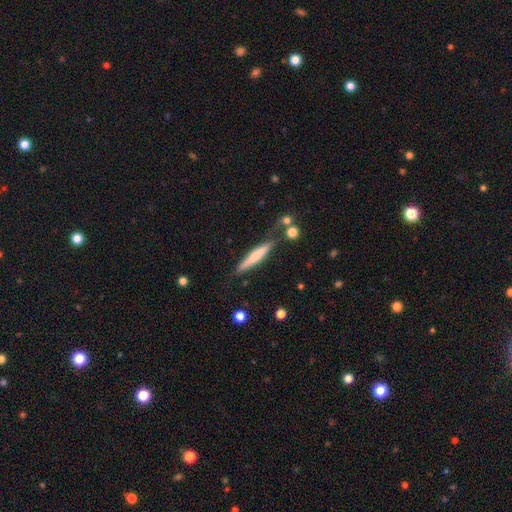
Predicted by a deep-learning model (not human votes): smooth_or_featured: smooth (p=0.54) [alt: featured or disk p=0.40]
how_rounded: cigar-shaped (p=0.90) [alt: in between p=0.08]
merging: none (p=0.71) [alt: minor disturbance p=0.17]